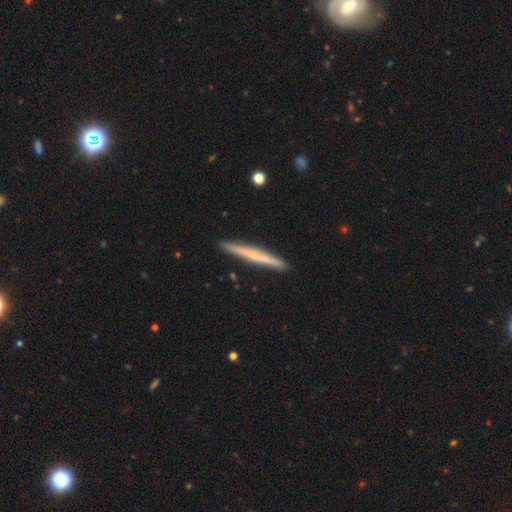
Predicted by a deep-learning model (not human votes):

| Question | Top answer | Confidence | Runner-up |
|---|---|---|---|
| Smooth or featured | smooth | 48% | featured or disk (46%) |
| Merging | none | 92% | minor disturbance (6%) |